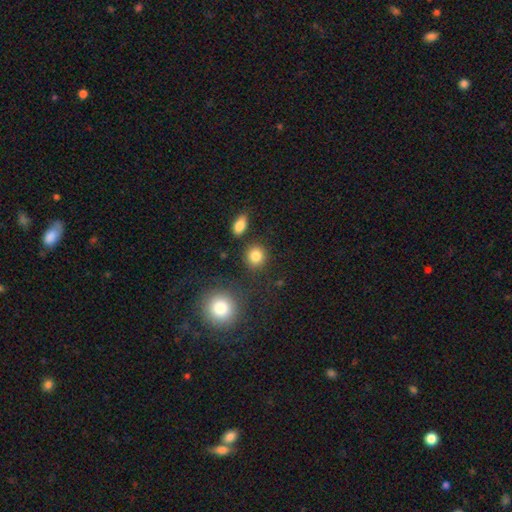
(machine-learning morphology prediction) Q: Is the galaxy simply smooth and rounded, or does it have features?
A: smooth — 85%.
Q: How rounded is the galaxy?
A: round — 84%.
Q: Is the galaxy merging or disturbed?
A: none — 84%.